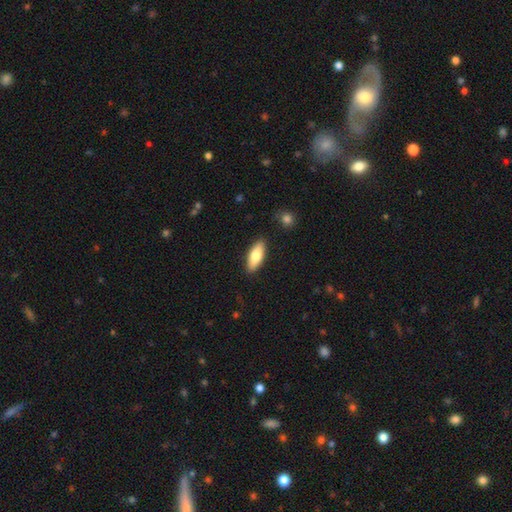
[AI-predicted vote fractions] Smooth or featured?
  - smooth: 76% *
  - featured or disk: 18%
  - star or artifact: 6%
How rounded?
  - in between: 74% *
  - cigar-shaped: 24%
  - round: 2%
Merging?
  - none: 88% *
  - minor disturbance: 9%
  - major disturbance: 2%
  - merger: 1%